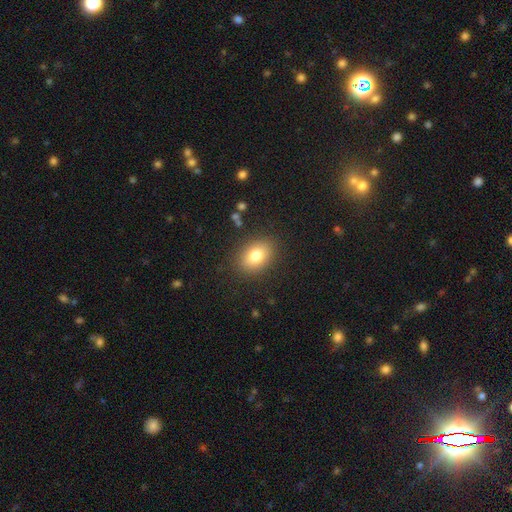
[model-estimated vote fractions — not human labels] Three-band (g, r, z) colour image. It shows a smooth galaxy with no disk features (79%) that is in between round and cigar-shaped (73%). Merging: none (86%).